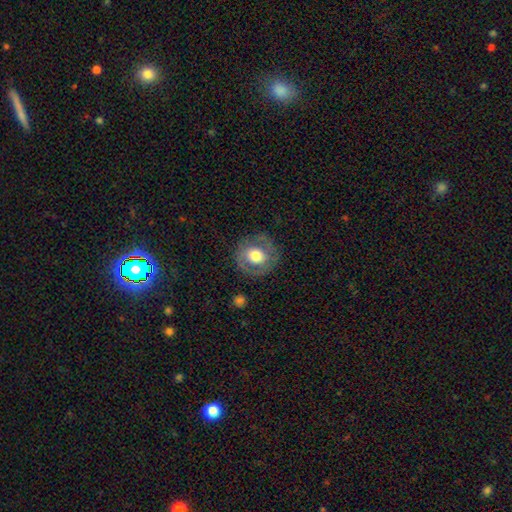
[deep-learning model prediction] smooth-or-featured: smooth: 50% | featured or disk: 43% | star or artifact: 7%
  merging: none: 79% | minor disturbance: 13% | major disturbance: 6% | merger: 1%